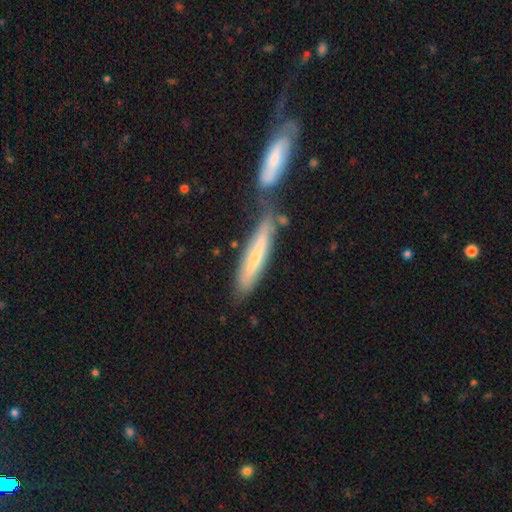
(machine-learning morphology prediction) Q: Smooth or featured?
A: smooth (54%); runner-up: featured or disk (39%)
Q: How rounded?
A: cigar-shaped (86%); runner-up: in between (12%)
Q: Merging?
A: none (45%); runner-up: merger (34%)